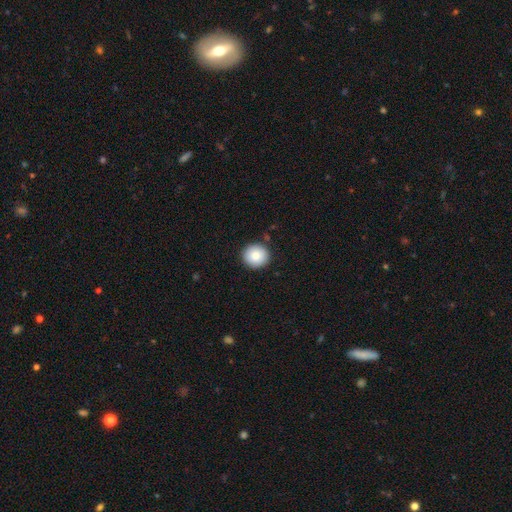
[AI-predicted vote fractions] Morphology: type=smooth (83%); roundness=round (92%); merging=none (90%).